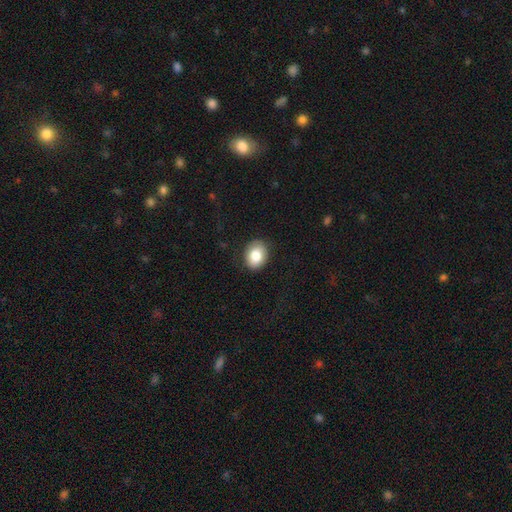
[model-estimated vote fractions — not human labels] A smooth galaxy with no disk features (83%) that is in between round and cigar-shaped (54%). Merging: none (84%).